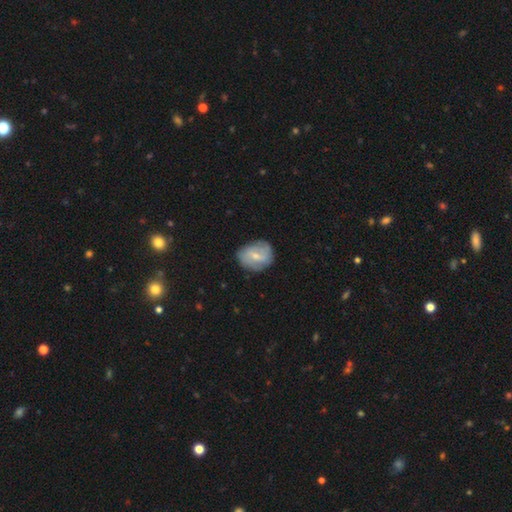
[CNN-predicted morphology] This is possibly a featured or disk galaxy (48%). Merging: likely none (75%).